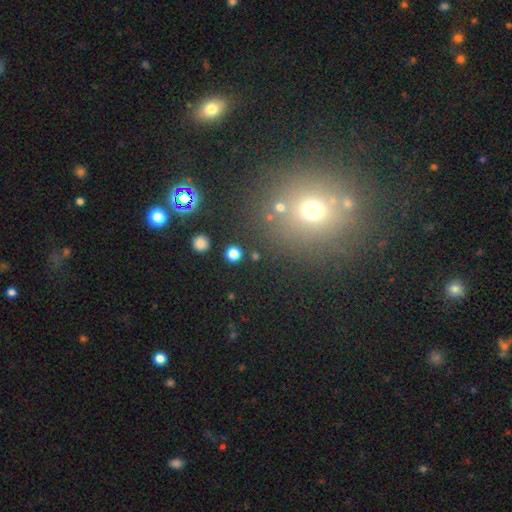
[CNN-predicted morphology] Smooth or featured? Predicted: smooth (p=0.51). How rounded? Predicted: round (p=0.83). Merging? Predicted: none (p=0.84).